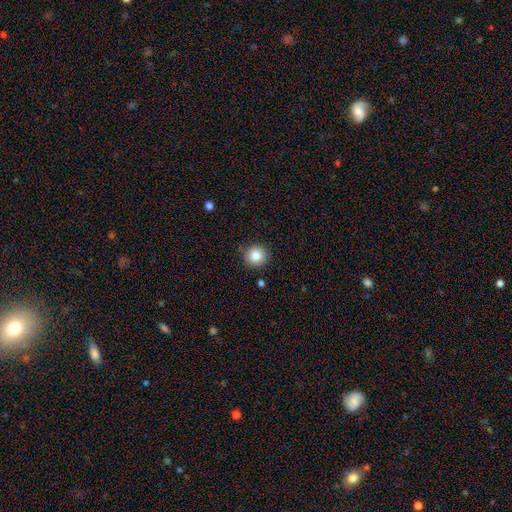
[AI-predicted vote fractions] Overall: smooth (84%). How rounded: round (93%). Merging: none (87%).